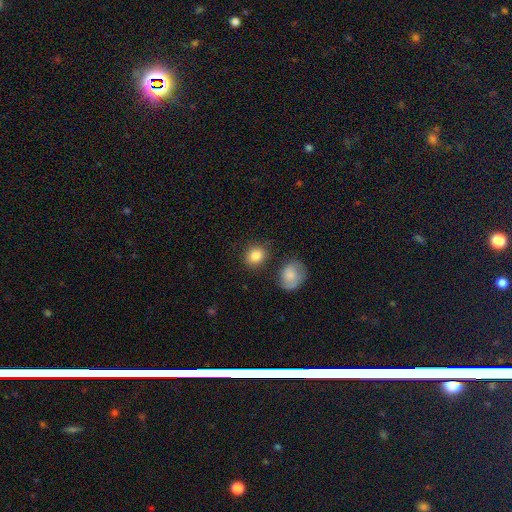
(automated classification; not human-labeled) smooth 86%, star or artifact 9%, featured or disk 6%. Down the decision tree: how rounded — round (65%); merging — none (78%).